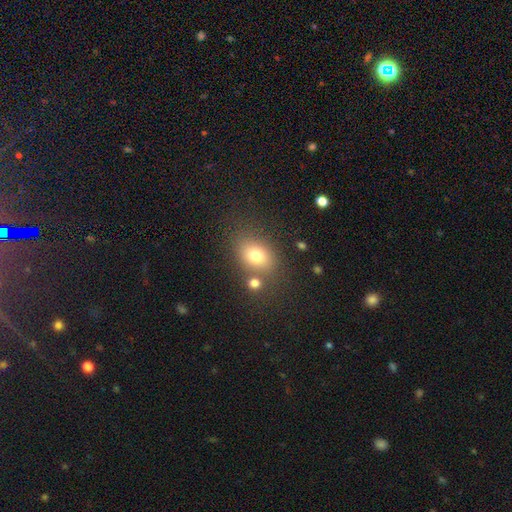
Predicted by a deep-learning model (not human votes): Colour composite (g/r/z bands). It shows a smooth galaxy with no disk features (77%) that is in between round and cigar-shaped (66%). Merging: none (68%).